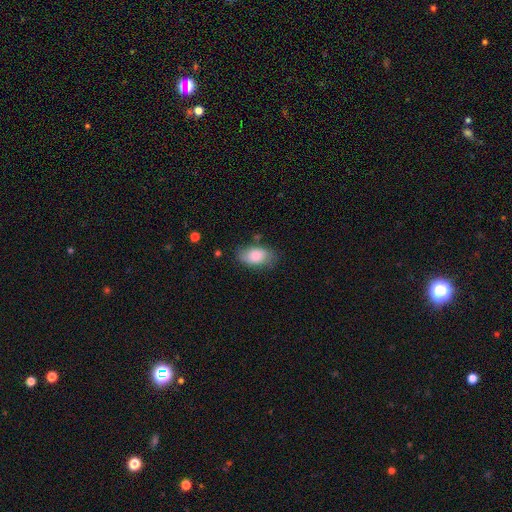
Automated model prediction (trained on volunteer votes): Smooth or featured? Predicted: smooth (p=0.81). How rounded? Predicted: in between (p=0.92). Merging? Predicted: none (p=0.69).